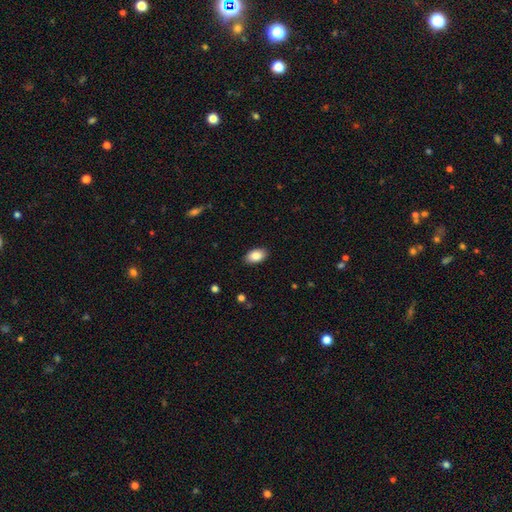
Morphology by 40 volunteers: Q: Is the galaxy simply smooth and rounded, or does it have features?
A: smooth — 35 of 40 (88%).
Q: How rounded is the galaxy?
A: in between — 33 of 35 (94%).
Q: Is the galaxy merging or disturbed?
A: none — 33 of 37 (89%).